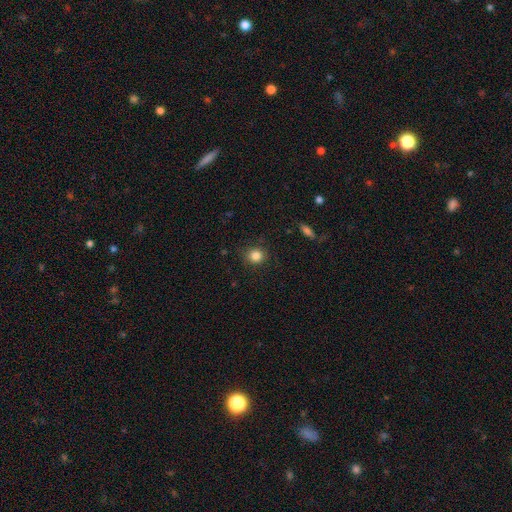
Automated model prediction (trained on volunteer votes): Morphology: type=smooth (84%); roundness=round (86%); merging=none (87%).